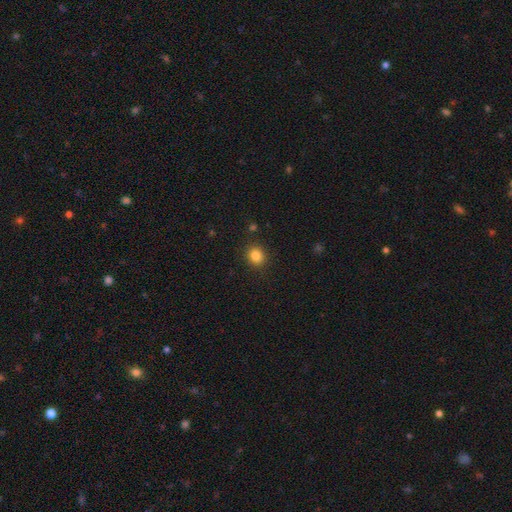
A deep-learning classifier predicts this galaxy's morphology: A smooth galaxy with no disk features (84%) that is round (74%). Merging: none (88%).